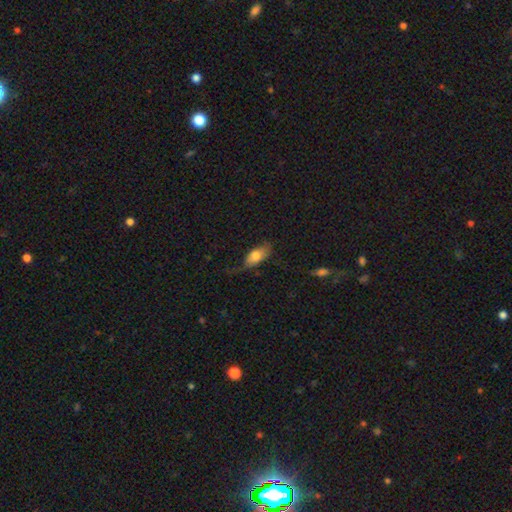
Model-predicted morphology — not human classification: Smooth or featured? Predicted: smooth (p=0.72). How rounded? Predicted: in between (p=0.86). Merging? Predicted: none (p=0.44).